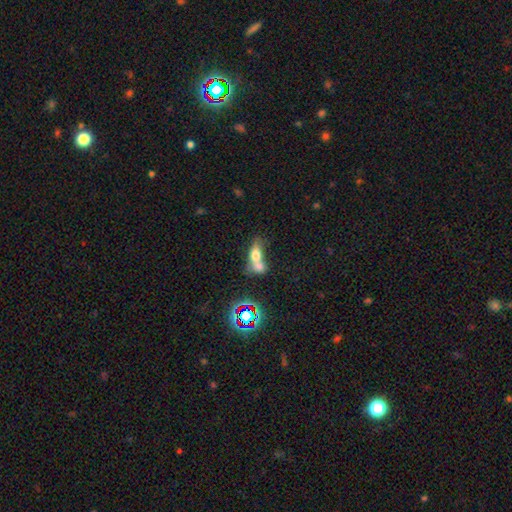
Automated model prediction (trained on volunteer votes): This appears to be a smooth galaxy with no disk features (63%) that is in between round and cigar-shaped (68%). Merging: merger (68%).